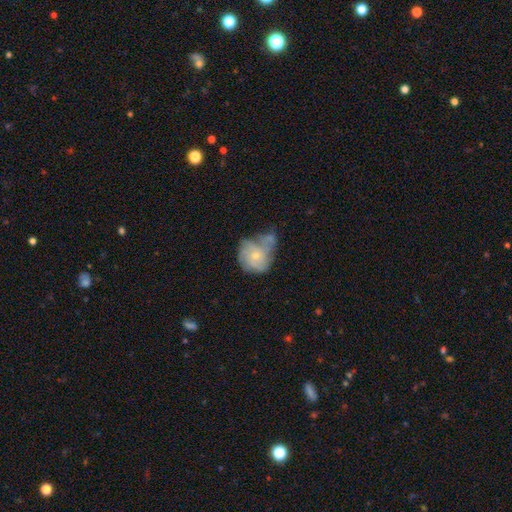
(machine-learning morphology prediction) Q: Smooth or featured?
A: featured or disk (53%); runner-up: smooth (39%)
Q: Edge-on disk?
A: no (97%); runner-up: yes (3%)
Q: Bar?
A: no (84%); runner-up: weak (13%)
Q: Spiral arms?
A: yes (59%); runner-up: no (41%)
Q: Bulge size?
A: small (69%); runner-up: moderate (26%)
Q: Merging?
A: none (29%); runner-up: merger (27%)